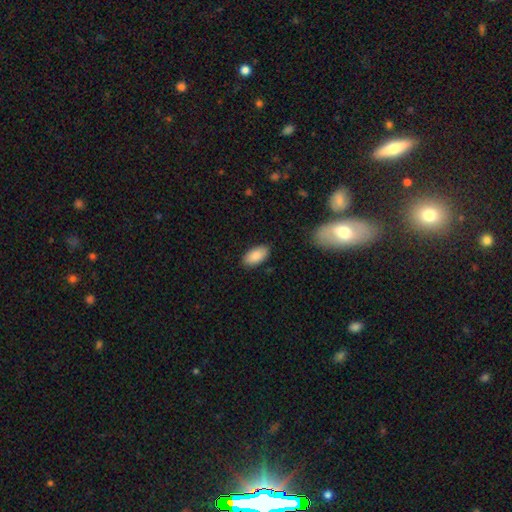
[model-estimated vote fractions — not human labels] A smooth galaxy with no disk features (88%) that is in between round and cigar-shaped (94%).

Vote fractions:
- Smooth or featured? smooth: 88% / star or artifact: 7% / featured or disk: 6%
- How rounded? in between: 94% / cigar-shaped: 4% / round: 2%
- Merging? none: 86% / minor disturbance: 10% / major disturbance: 2% / merger: 1%